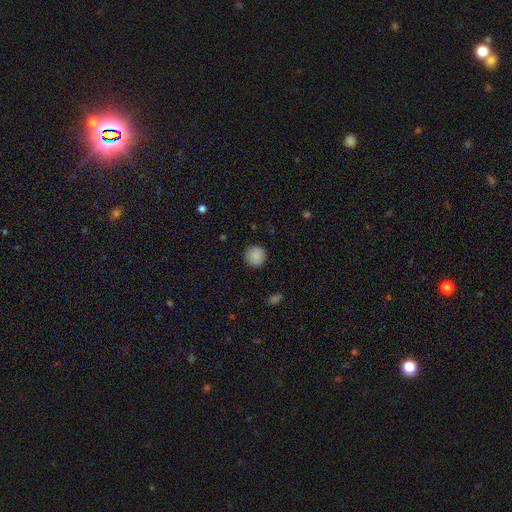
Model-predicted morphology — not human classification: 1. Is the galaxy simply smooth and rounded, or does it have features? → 84% smooth, 8% star or artifact, 8% featured or disk.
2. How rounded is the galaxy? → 94% round, 5% in between, 1% cigar-shaped.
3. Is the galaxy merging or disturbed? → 89% none, 8% minor disturbance, 2% major disturbance, 1% merger.